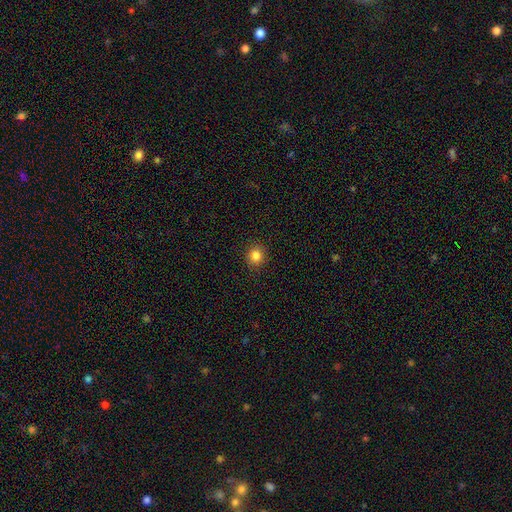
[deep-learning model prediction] Smooth or featured: smooth — 84% (star or artifact — 12%)
How rounded: round — 89% (in between — 10%)
Merging: none — 91% (minor disturbance — 6%)